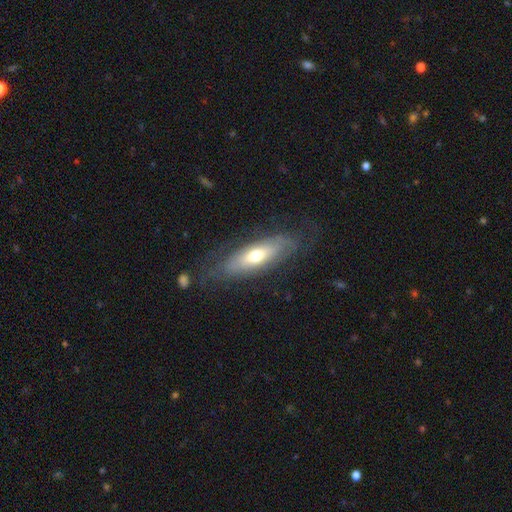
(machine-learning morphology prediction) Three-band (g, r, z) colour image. It shows a smooth galaxy with no disk features (52%) that is in between round and cigar-shaped (58%). Merging: none (72%).